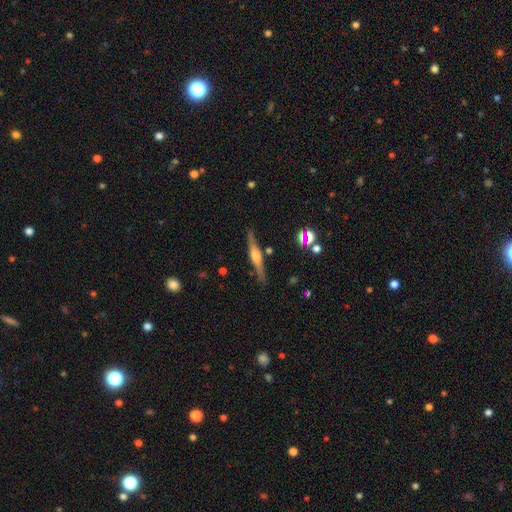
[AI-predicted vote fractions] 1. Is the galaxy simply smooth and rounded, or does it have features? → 74% featured or disk, 20% smooth, 7% star or artifact.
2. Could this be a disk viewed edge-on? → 97% yes, 3% no.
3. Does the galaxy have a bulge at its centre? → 88% rounded, 9% boxy, 3% none.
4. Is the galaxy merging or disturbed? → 87% none, 9% minor disturbance, 3% merger, 2% major disturbance.